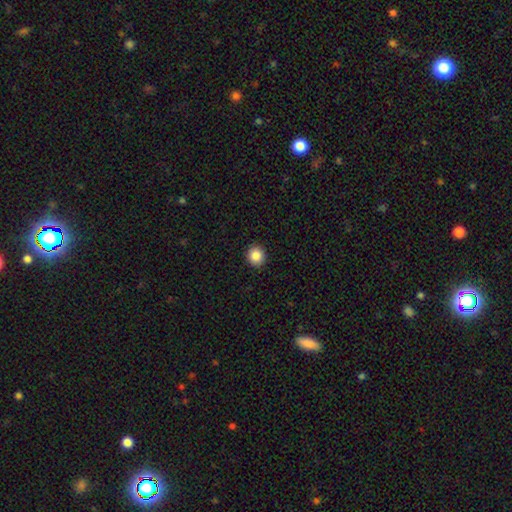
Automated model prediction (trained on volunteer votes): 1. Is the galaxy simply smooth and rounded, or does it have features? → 87% smooth, 9% star or artifact, 4% featured or disk.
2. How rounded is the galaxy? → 86% round, 13% in between, 1% cigar-shaped.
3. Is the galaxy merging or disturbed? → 92% none, 5% minor disturbance, 2% major disturbance, 1% merger.